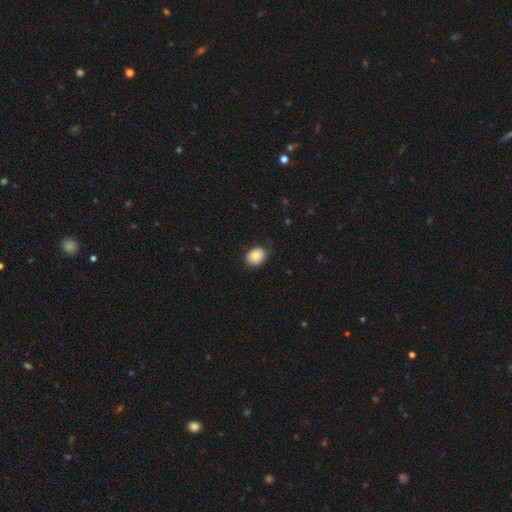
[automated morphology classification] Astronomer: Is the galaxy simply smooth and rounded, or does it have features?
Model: smooth — 79%.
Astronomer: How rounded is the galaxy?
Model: in between — 53% (runner-up: round, 46%).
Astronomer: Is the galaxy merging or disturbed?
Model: none — 80%.